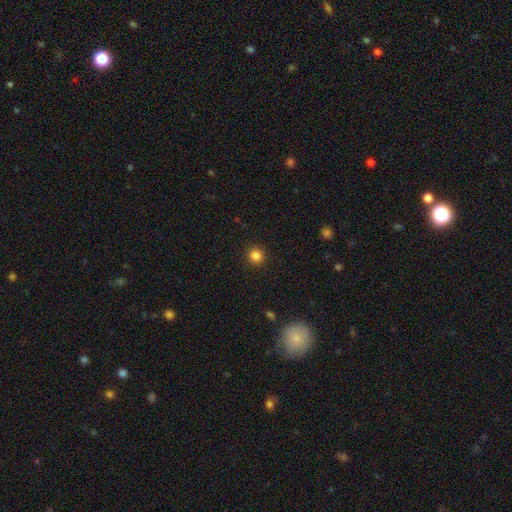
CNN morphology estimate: Smooth or featured: smooth — 84% (star or artifact — 12%)
How rounded: round — 93% (in between — 6%)
Merging: none — 92% (minor disturbance — 5%)